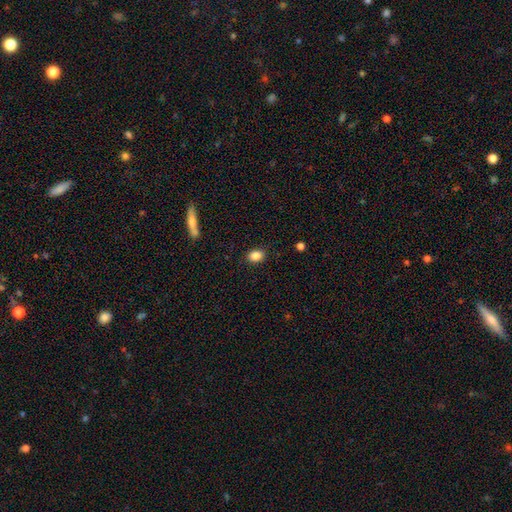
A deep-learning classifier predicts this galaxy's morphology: type=smooth (85%); roundness=in between (71%); merging=none (88%).